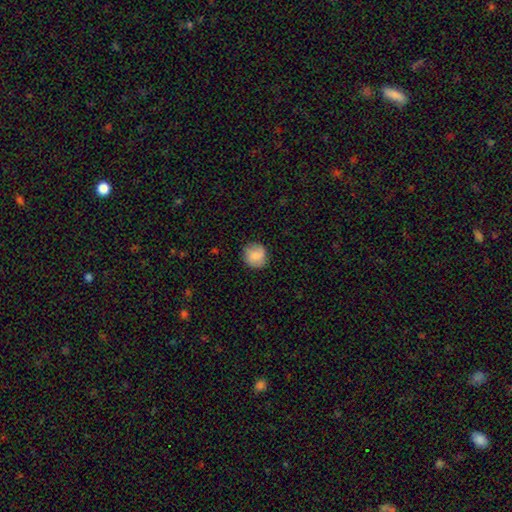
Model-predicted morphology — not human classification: A smooth galaxy with no disk features (79%) that is round (88%).

Vote fractions:
- Smooth or featured? smooth: 79% / featured or disk: 13% / star or artifact: 8%
- How rounded? round: 88% / in between: 11% / cigar-shaped: 1%
- Merging? none: 83% / minor disturbance: 12% / major disturbance: 3% / merger: 1%